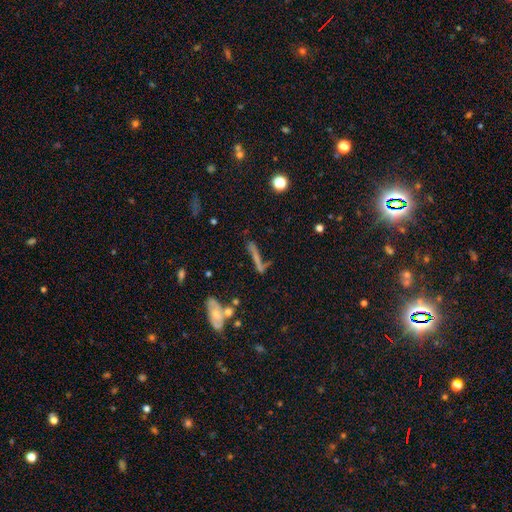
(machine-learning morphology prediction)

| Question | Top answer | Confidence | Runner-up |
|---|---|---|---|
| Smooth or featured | featured or disk | 40% | smooth (39%) |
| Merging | none | 54% | minor disturbance (18%) |